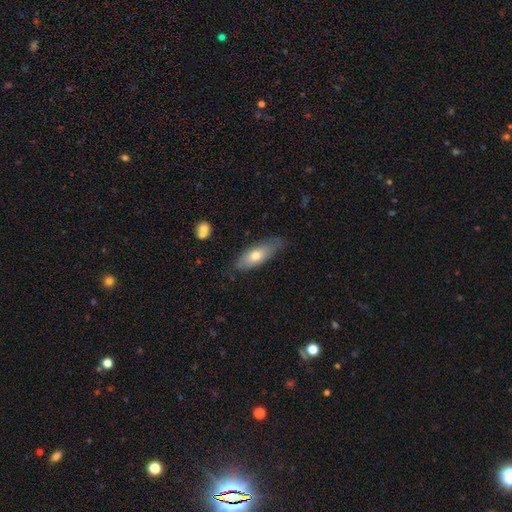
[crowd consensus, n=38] Smooth or featured? featured or disk (55%)
Edge-on disk? no (62%)
Bar? no (92%)
Spiral arms? no (77%)
Bulge size? moderate (69%)
Merging? none (60%)